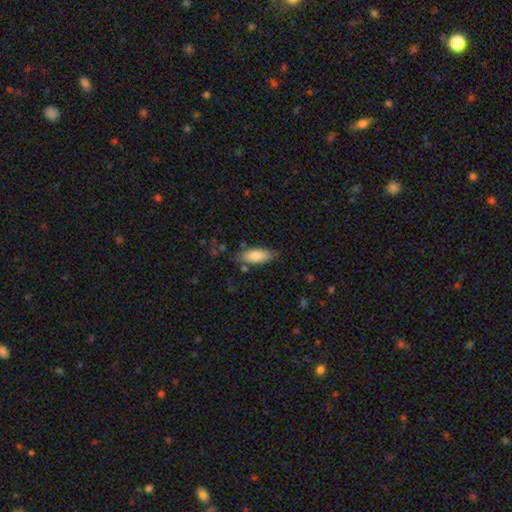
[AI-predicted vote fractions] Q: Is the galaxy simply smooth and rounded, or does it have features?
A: smooth — 81%.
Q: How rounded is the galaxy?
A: in between — 80%.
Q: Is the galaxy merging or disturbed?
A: none — 71%.